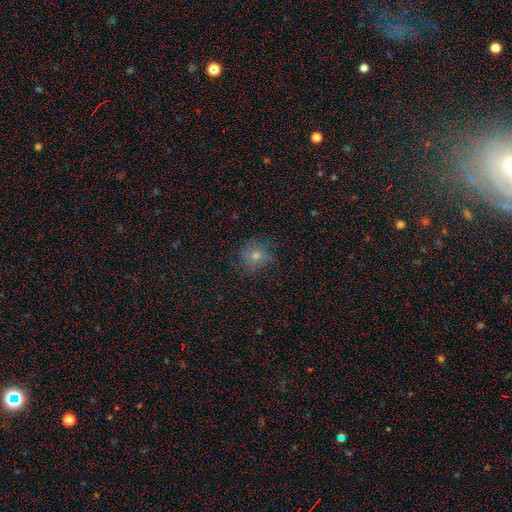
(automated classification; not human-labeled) Smooth or featured?
  - smooth: 60% *
  - star or artifact: 24%
  - featured or disk: 16%
How rounded?
  - round: 87% *
  - in between: 12%
  - cigar-shaped: 1%
Merging?
  - none: 79% *
  - minor disturbance: 15%
  - major disturbance: 5%
  - merger: 1%